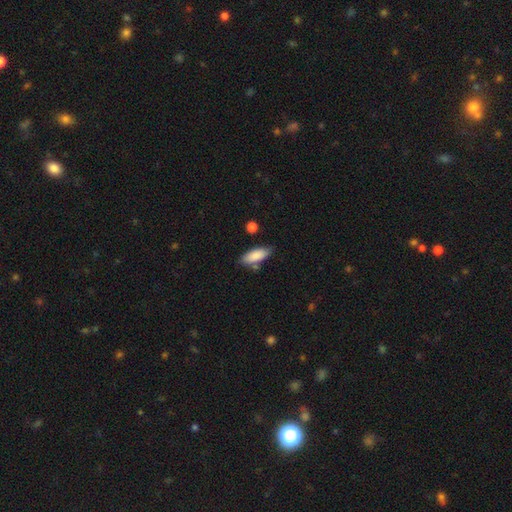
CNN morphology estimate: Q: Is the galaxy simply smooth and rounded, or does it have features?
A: smooth — 86%.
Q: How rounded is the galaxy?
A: in between — 77%.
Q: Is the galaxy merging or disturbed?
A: none — 74%.